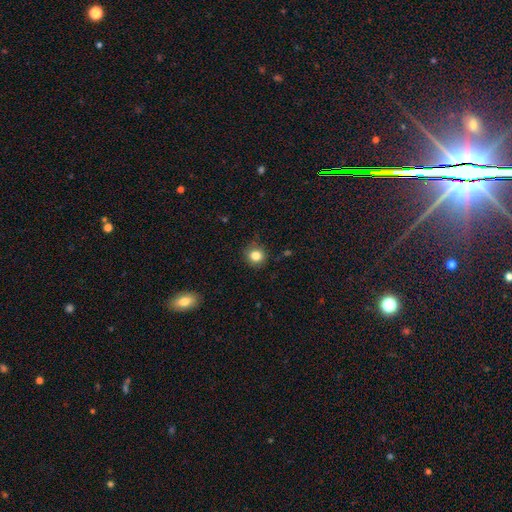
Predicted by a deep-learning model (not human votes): Morphology: type=smooth (83%); roundness=round (89%); merging=none (85%).